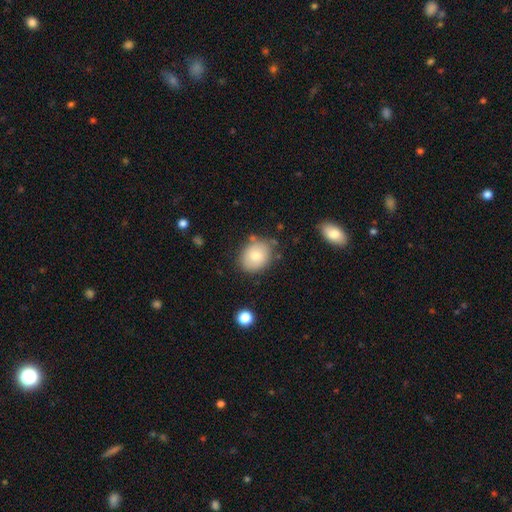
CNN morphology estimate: A smooth galaxy with no disk features (79%) that is round (50%).

Vote fractions:
- Smooth or featured? smooth: 79% / featured or disk: 13% / star or artifact: 8%
- How rounded? round: 50% / in between: 49% / cigar-shaped: 1%
- Merging? none: 75% / minor disturbance: 17% / merger: 4% / major disturbance: 4%